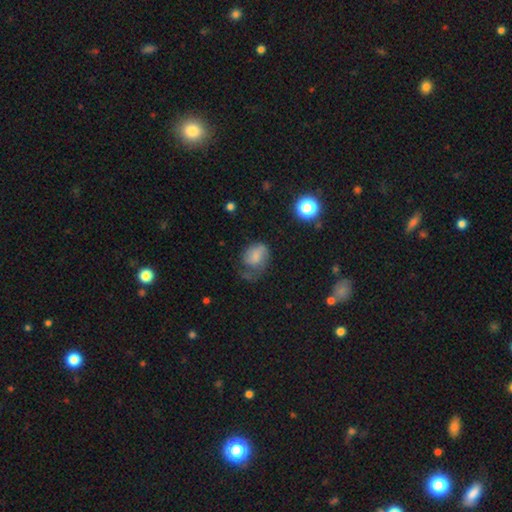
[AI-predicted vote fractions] Smooth or featured? Predicted: smooth (p=0.61). How rounded? Predicted: in between (p=0.61). Merging? Predicted: major disturbance (p=0.36).